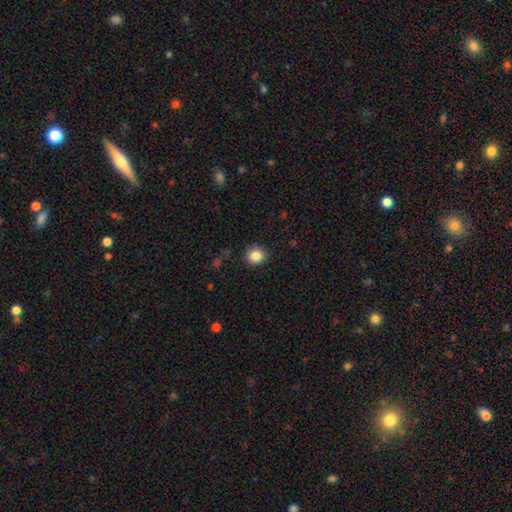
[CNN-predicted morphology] type=smooth (85%); roundness=round (88%); merging=none (87%).